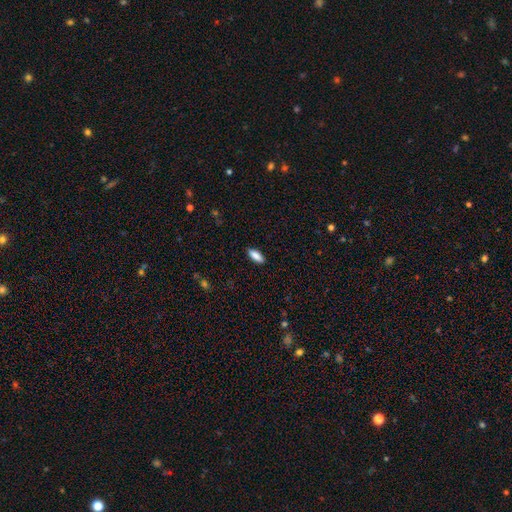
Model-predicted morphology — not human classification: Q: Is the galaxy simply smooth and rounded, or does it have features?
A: smooth — 88%.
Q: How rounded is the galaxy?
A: in between — 74%.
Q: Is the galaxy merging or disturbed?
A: none — 88%.